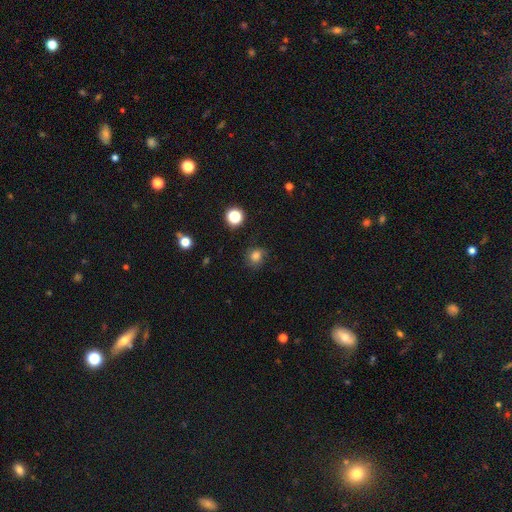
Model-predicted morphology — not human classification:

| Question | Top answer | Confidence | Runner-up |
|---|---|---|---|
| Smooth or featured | smooth | 74% | star or artifact (16%) |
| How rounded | round | 76% | in between (23%) |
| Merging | none | 71% | minor disturbance (20%) |